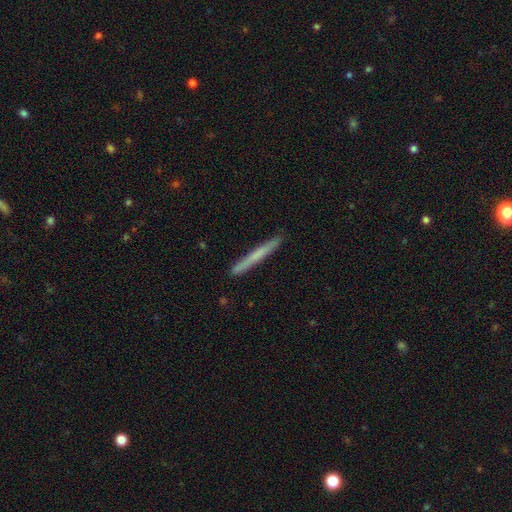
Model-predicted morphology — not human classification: Smooth or featured?
  - smooth: 59% *
  - featured or disk: 35%
  - star or artifact: 6%
How rounded?
  - cigar-shaped: 97% *
  - in between: 2%
  - round: 1%
Merging?
  - none: 91% *
  - minor disturbance: 7%
  - major disturbance: 1%
  - merger: 1%